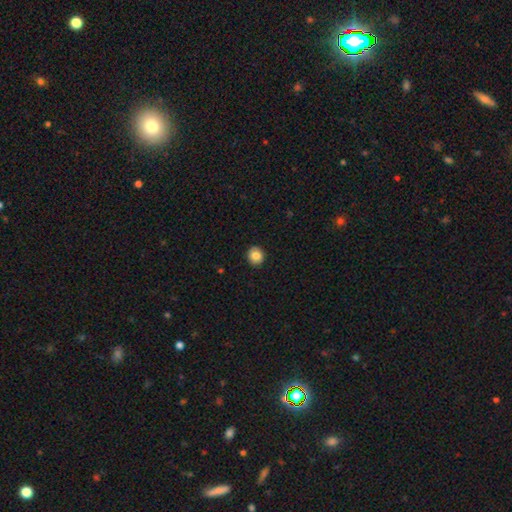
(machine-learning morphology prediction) This is clearly a smooth galaxy (83%). How rounded: clearly round (88%). Merging: clearly none (91%).